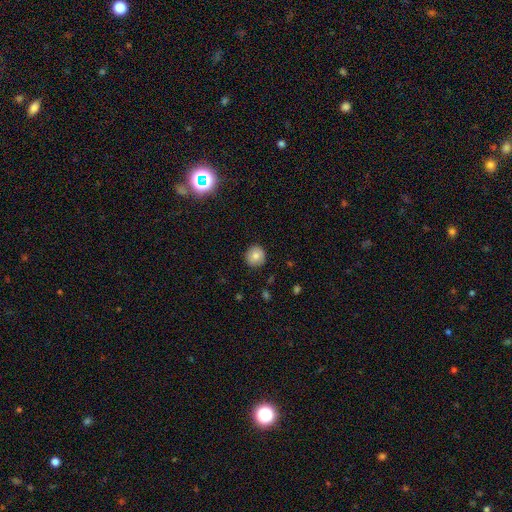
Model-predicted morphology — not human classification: Overall: smooth (80%). How rounded: round (93%). Merging: none (89%).